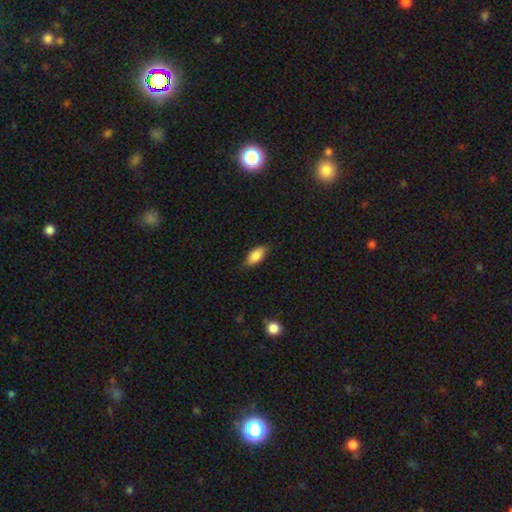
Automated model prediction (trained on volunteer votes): A smooth galaxy with no disk features (84%) that is in between round and cigar-shaped (85%). Merging: none (79%).